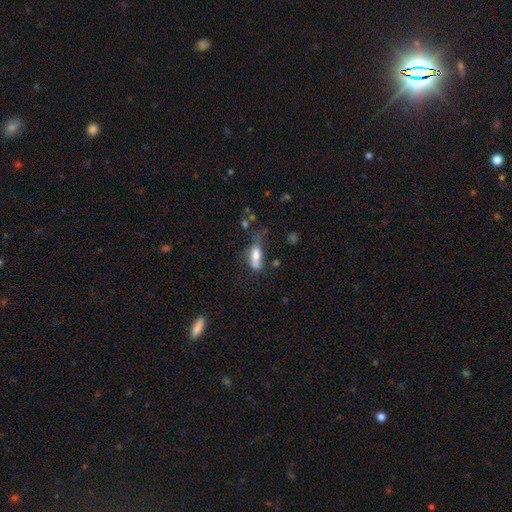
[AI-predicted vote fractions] Overall: smooth (71%). How rounded: in between (72%). Merging: none (32%; minor disturbance 27%).